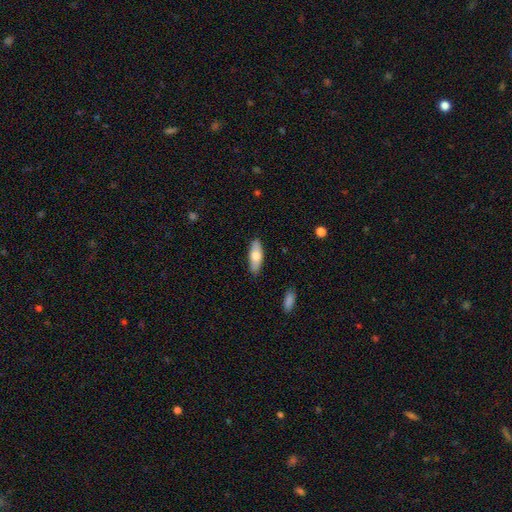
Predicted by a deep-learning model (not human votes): Q: Smooth or featured?
A: smooth (71%); runner-up: featured or disk (23%)
Q: How rounded?
A: in between (66%); runner-up: cigar-shaped (31%)
Q: Merging?
A: none (85%); runner-up: minor disturbance (11%)